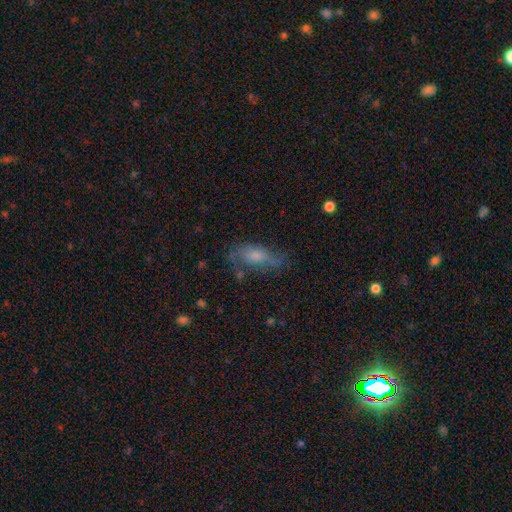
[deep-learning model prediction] Smooth or featured? featured or disk (50%)
Edge-on disk? no (82%)
Merging? none (58%)